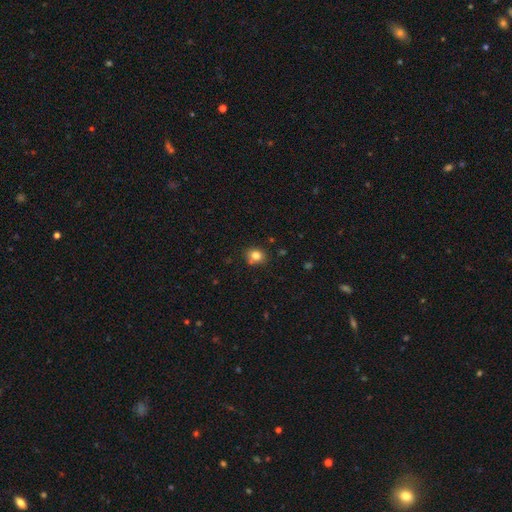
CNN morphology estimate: Smooth or featured? smooth (80%)
How rounded? round (68%)
Merging? none (74%)